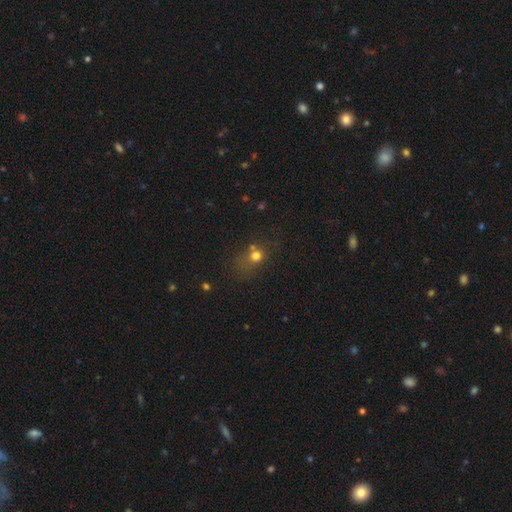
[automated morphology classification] smooth-or-featured: smooth: 68% | star or artifact: 20% | featured or disk: 12%
  how-rounded: round: 71% | in between: 27% | cigar-shaped: 2%
  merging: none: 45% | merger: 25% | minor disturbance: 17% | major disturbance: 13%